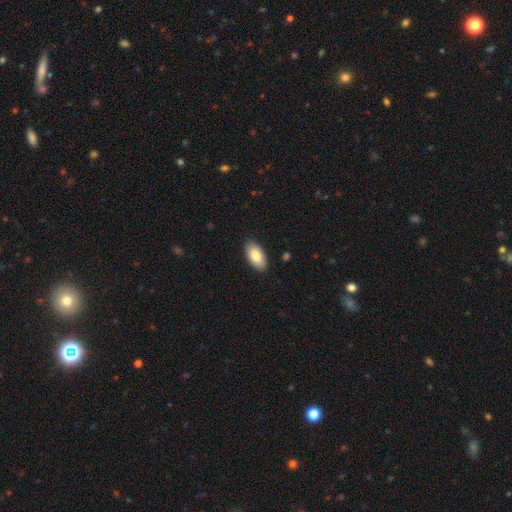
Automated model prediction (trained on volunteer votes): Overall: smooth (84%). How rounded: in between (95%). Merging: none (89%).